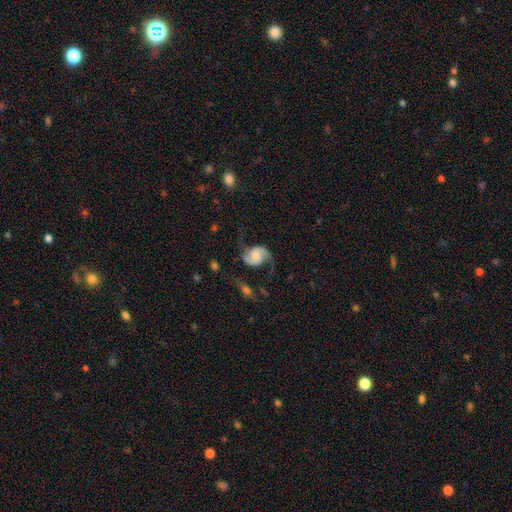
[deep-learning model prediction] Overall: featured or disk (84%). Edge-on disk: no (98%). Bar: no (61%; weak 31%). Spiral arms: yes (97%). Spiral arm count: 2 (92%). Spiral winding: loose (55%; medium 36%). Bulge size: moderate (27%; small 26%). Merging: none (66%).